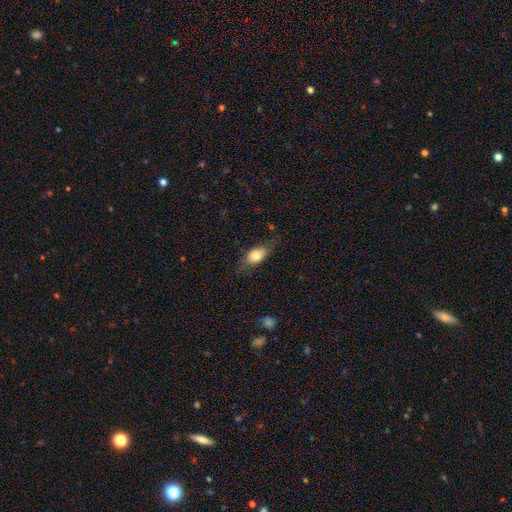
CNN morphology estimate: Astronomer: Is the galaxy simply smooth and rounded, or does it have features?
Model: smooth — 75%.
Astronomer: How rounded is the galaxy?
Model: in between — 81%.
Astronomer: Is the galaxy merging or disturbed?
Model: none — 69%.